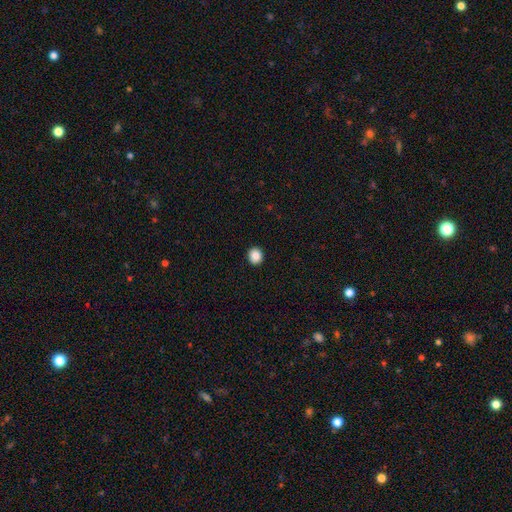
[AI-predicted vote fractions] Overall: smooth (86%). How rounded: round (82%). Merging: none (92%).